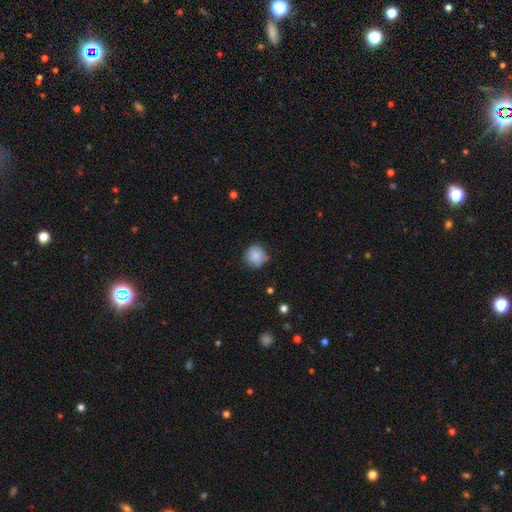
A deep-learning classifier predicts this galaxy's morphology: smooth 85%, star or artifact 8%, featured or disk 7%. Down the decision tree: how rounded — round (92%); merging — none (74%).